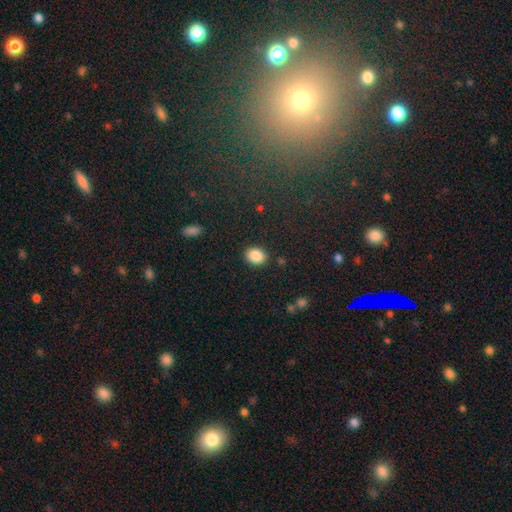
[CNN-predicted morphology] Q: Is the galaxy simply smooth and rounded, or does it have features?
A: smooth — 88%.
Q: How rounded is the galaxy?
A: in between — 59%.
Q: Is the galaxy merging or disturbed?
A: none — 88%.